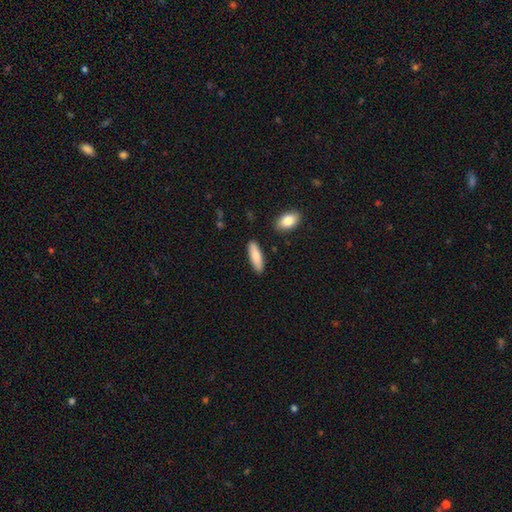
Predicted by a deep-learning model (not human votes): smooth_or_featured: smooth (p=0.84) [alt: featured or disk p=0.10]
how_rounded: cigar-shaped (p=0.52) [alt: in between p=0.46]
merging: none (p=0.87) [alt: minor disturbance p=0.09]